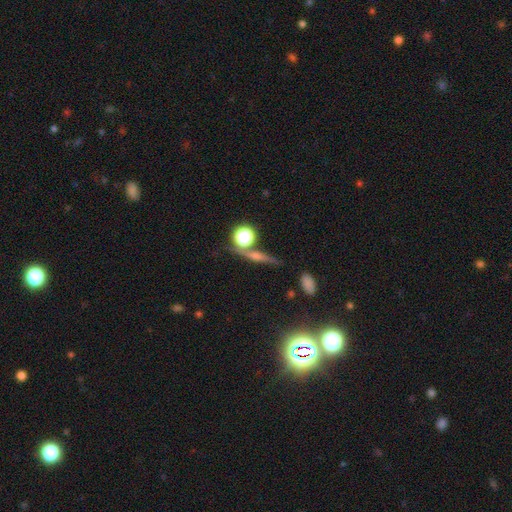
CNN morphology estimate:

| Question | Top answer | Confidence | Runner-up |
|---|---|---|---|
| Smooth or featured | featured or disk | 49% | smooth (28%) |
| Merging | none | 73% | minor disturbance (12%) |